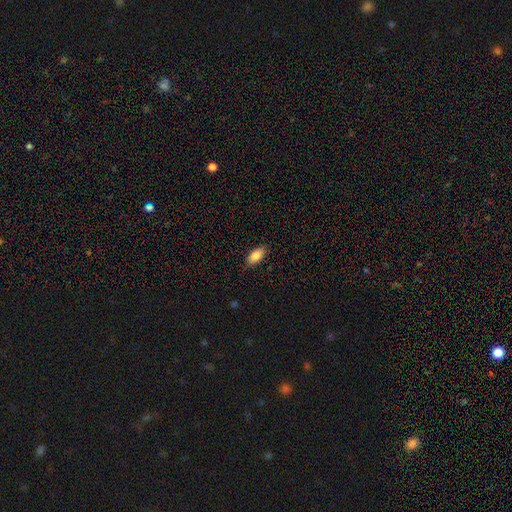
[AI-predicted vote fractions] smooth_or_featured: smooth (p=0.86) [alt: featured or disk p=0.07]
how_rounded: in between (p=0.88) [alt: cigar-shaped p=0.10]
merging: none (p=0.87) [alt: minor disturbance p=0.10]